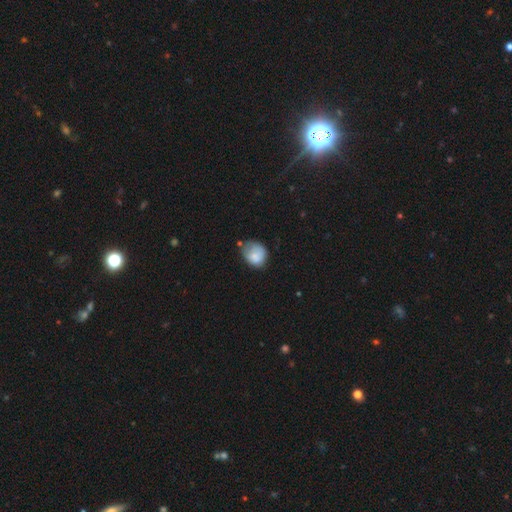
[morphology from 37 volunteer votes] Volunteers were most divided on "merging": minor disturbance: 54%, major disturbance: 23%, none: 14%, merger: 9%. More confident: smooth or featured — smooth (84%); how rounded — in between (65%).